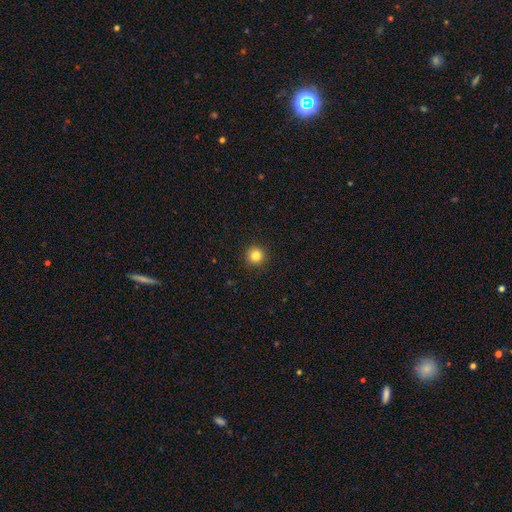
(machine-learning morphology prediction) Overall: smooth (84%). How rounded: round (95%). Merging: none (92%).